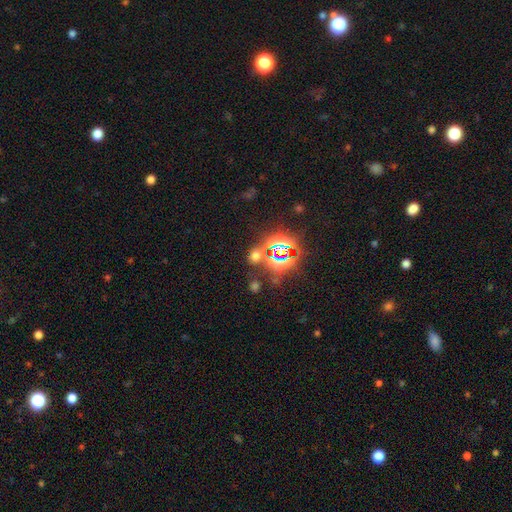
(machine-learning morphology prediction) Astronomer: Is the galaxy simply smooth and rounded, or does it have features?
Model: star or artifact — 53% (runner-up: smooth, 40%).